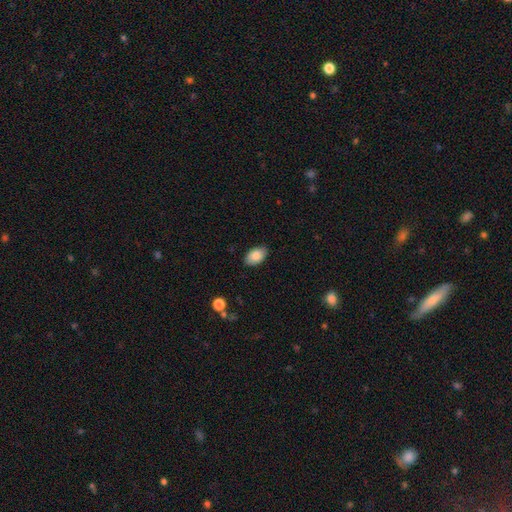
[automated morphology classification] A smooth galaxy with no disk features (86%) that is in between round and cigar-shaped (93%).

Vote fractions:
- Smooth or featured? smooth: 86% / star or artifact: 7% / featured or disk: 7%
- How rounded? in between: 93% / round: 6% / cigar-shaped: 1%
- Merging? none: 86% / minor disturbance: 11% / major disturbance: 2% / merger: 1%